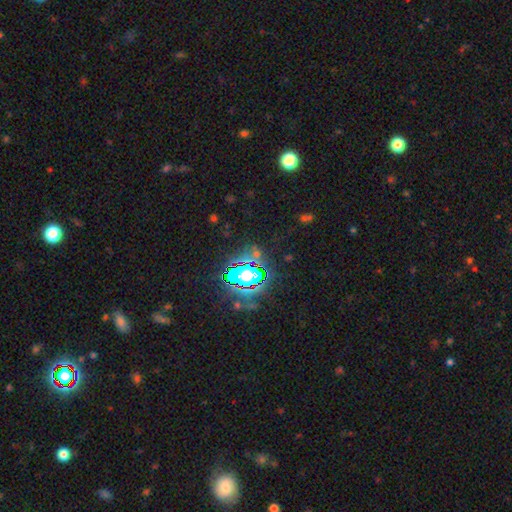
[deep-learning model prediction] A star or artifact, not a galaxy (73%).